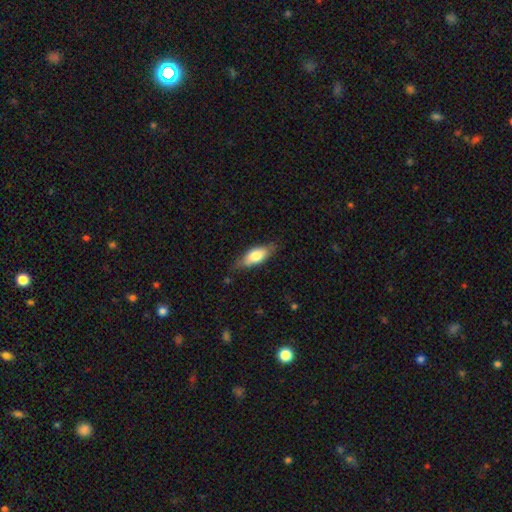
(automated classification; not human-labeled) Smooth or featured?
  - smooth: 69% *
  - featured or disk: 25%
  - star or artifact: 6%
How rounded?
  - in between: 77% *
  - cigar-shaped: 20%
  - round: 3%
Merging?
  - none: 73% *
  - minor disturbance: 22%
  - major disturbance: 4%
  - merger: 1%